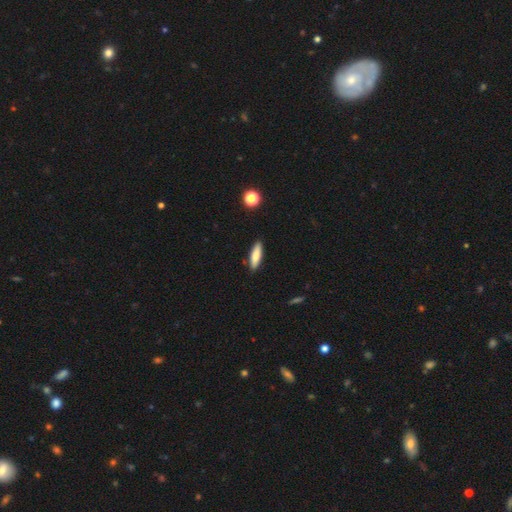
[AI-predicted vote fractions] Smooth or featured? smooth (78%)
How rounded? cigar-shaped (66%)
Merging? none (88%)